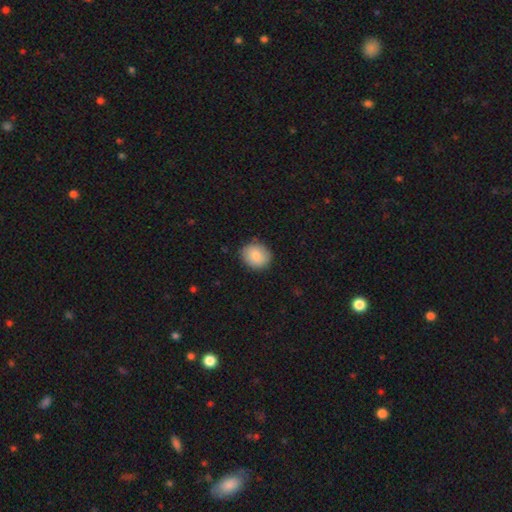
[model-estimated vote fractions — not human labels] smooth-or-featured: smooth: 86% | star or artifact: 7% | featured or disk: 7%
  how-rounded: round: 71% | in between: 28% | cigar-shaped: 1%
  merging: none: 85% | minor disturbance: 11% | major disturbance: 2% | merger: 1%